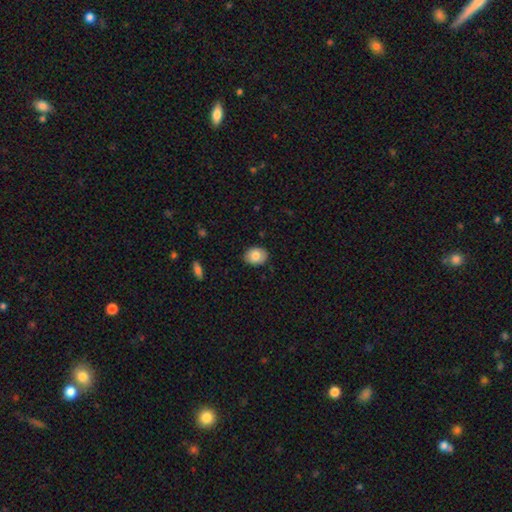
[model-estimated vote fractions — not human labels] This is likely a smooth galaxy (79%). How rounded: likely in between (62%). Merging: clearly none (87%).